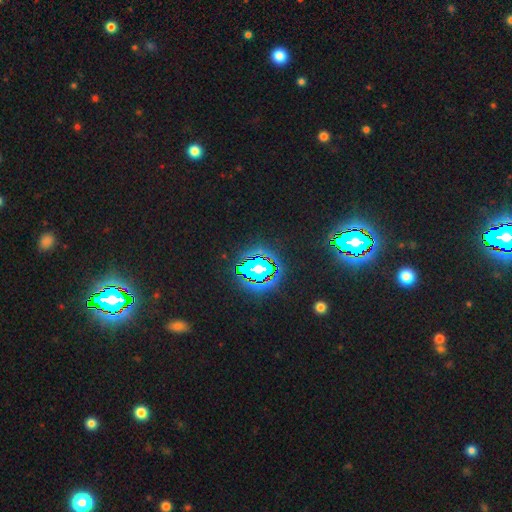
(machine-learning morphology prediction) This appears to be a star or artifact, not a galaxy (82%).